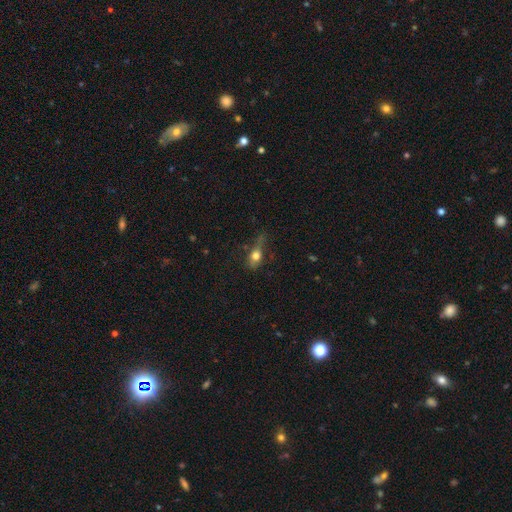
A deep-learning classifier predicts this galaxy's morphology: The model was most divided on "merging": none: 40%, minor disturbance: 33%, major disturbance: 24%, merger: 4%. More confident: smooth or featured — smooth (69%); how rounded — in between (63%).